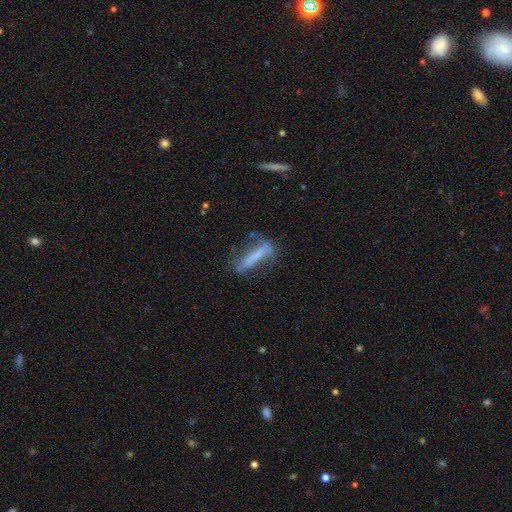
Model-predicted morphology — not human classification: Smooth or featured?
  - featured or disk: 48% *
  - smooth: 41%
  - star or artifact: 11%
Merging?
  - none: 45% *
  - minor disturbance: 25%
  - major disturbance: 24%
  - merger: 6%